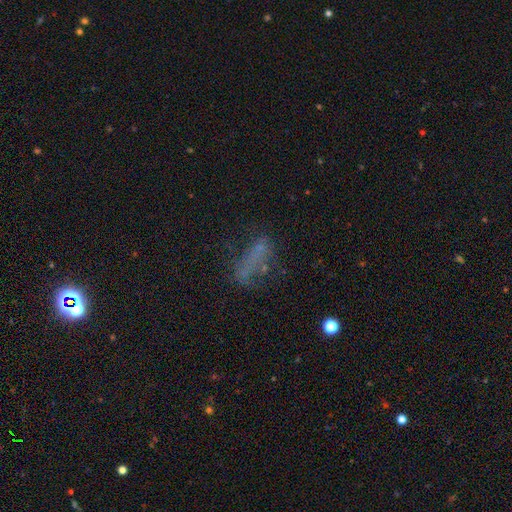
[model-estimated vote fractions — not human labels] Smooth or featured: smooth — 44% (featured or disk — 31%)
Merging: none — 43% (major disturbance — 29%)